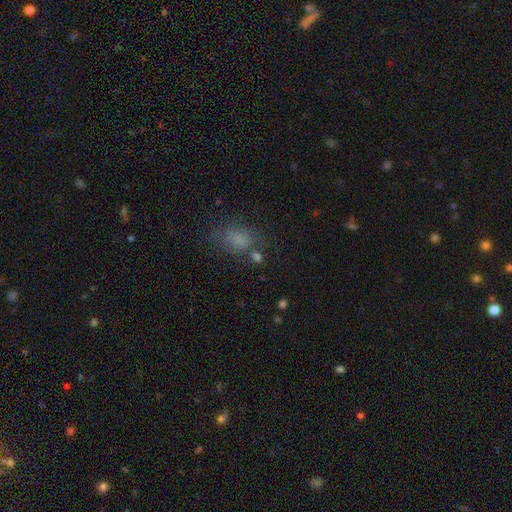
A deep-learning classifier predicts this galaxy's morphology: Smooth or featured?
  - smooth: 69% *
  - star or artifact: 19%
  - featured or disk: 11%
How rounded?
  - in between: 72% *
  - round: 25%
  - cigar-shaped: 3%
Merging?
  - none: 58% *
  - minor disturbance: 19%
  - major disturbance: 12%
  - merger: 11%